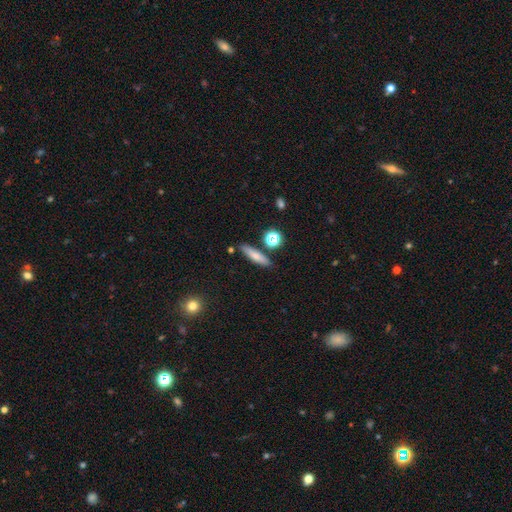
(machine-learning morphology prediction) Smooth or featured: smooth — 71% (featured or disk — 19%)
How rounded: cigar-shaped — 72% (in between — 23%)
Merging: none — 81% (minor disturbance — 10%)